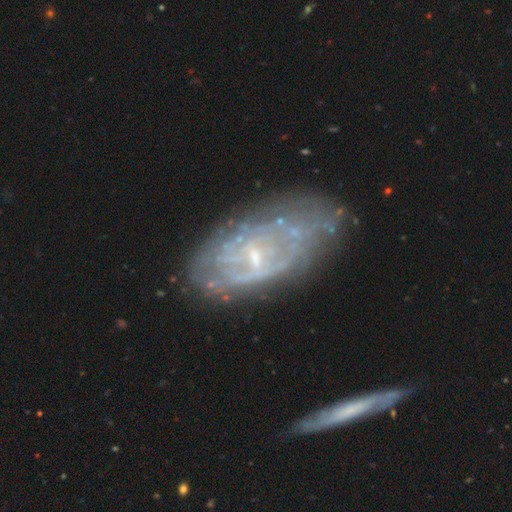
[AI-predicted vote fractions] A featured or disk galaxy (75%) with no bar (49%), spiral arms (60%) and a small central bulge (68%). Merging: none (58%).